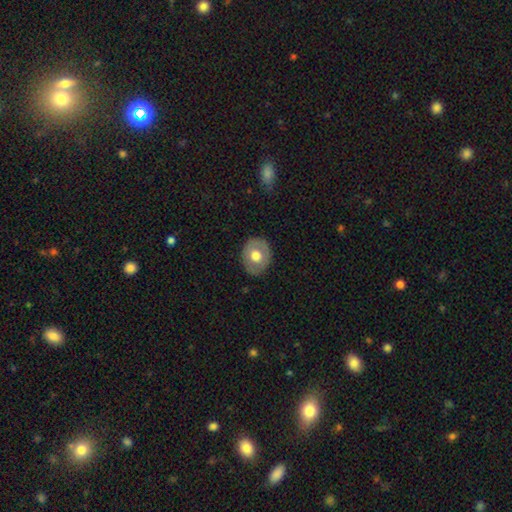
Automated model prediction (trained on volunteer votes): The model was most divided on "how rounded": round: 52%, in between: 47%, cigar-shaped: 1%. More confident: merging — none (85%); smooth or featured — smooth (60%).